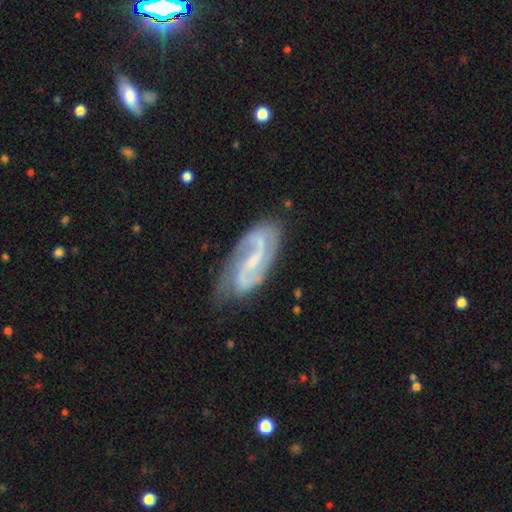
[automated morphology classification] Smooth or featured? Predicted: featured or disk (p=0.88). Edge-on disk? Predicted: no (p=0.95). Bar? Predicted: weak (p=0.46). Spiral arms? Predicted: yes (p=0.97). Spiral winding? Predicted: medium (p=0.49). Spiral arm count? Predicted: 2 (p=0.89). Bulge size? Predicted: small (p=0.65). Merging? Predicted: none (p=0.76).